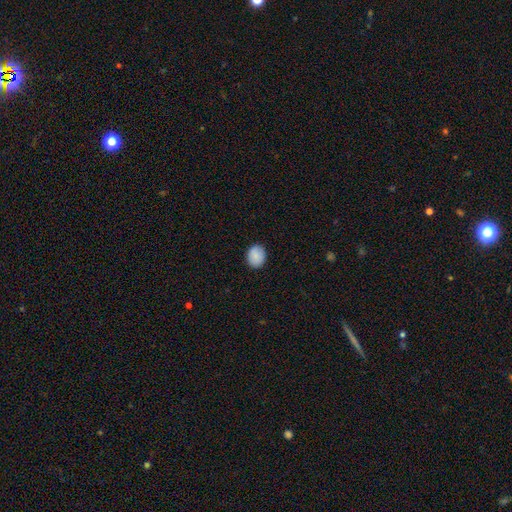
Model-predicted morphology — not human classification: This is clearly a smooth galaxy (87%). How rounded: possibly round (52%). Merging: clearly none (88%).